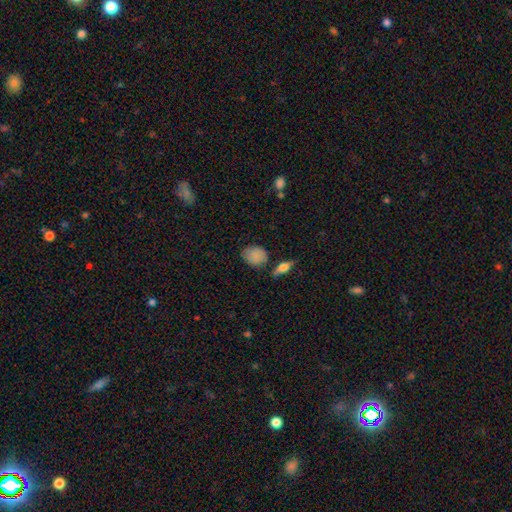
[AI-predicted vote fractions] Q: Smooth or featured?
A: smooth (83%); runner-up: star or artifact (9%)
Q: How rounded?
A: in between (50%); runner-up: round (48%)
Q: Merging?
A: none (71%); runner-up: minor disturbance (19%)